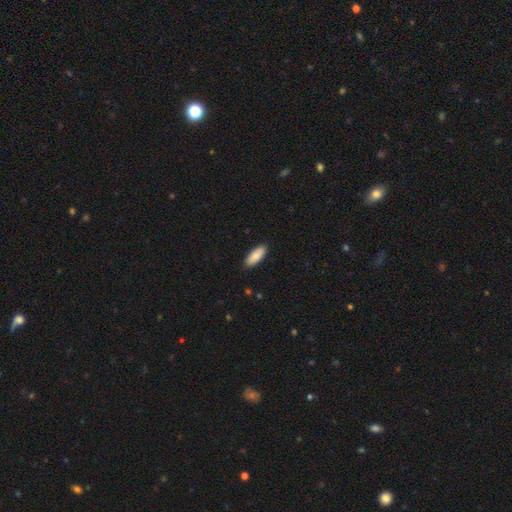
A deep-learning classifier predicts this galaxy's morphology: The model was most divided on "how rounded": in between: 75%, cigar-shaped: 23%, round: 2%. More confident: merging — none (88%); smooth or featured — smooth (85%).